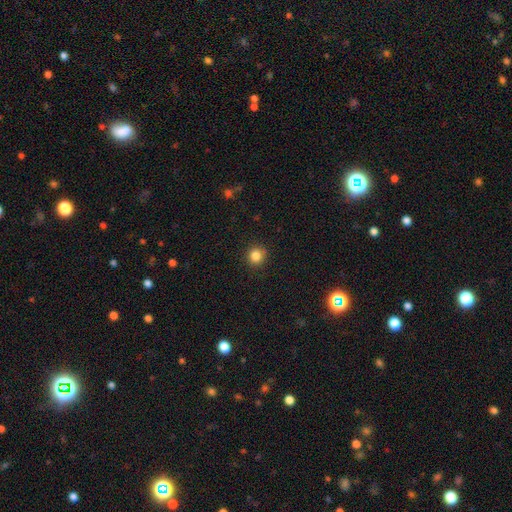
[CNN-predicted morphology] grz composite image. It shows a smooth galaxy with no disk features (84%) that is round (92%). Merging: none (91%).